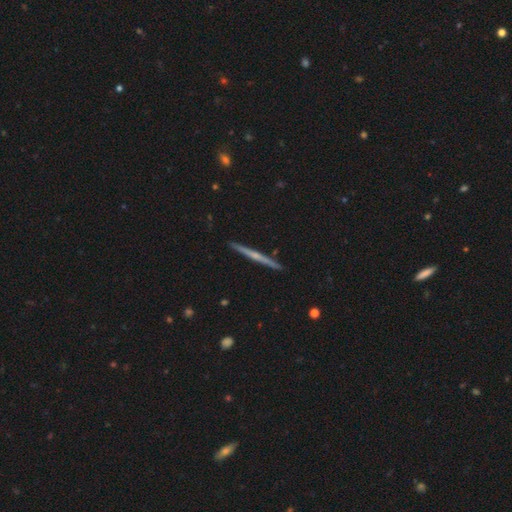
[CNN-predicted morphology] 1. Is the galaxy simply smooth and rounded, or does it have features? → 71% featured or disk, 23% smooth, 6% star or artifact.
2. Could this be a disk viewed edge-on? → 98% yes, 2% no.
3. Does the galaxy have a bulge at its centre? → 55% rounded, 39% none, 6% boxy.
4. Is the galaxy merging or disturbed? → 92% none, 5% minor disturbance, 1% merger, 1% major disturbance.